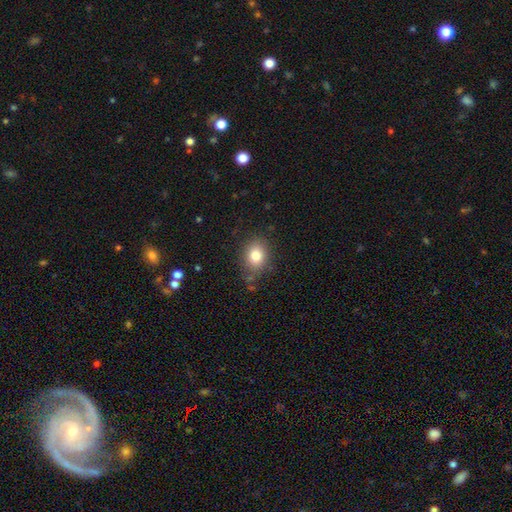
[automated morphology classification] smooth 81%, star or artifact 10%, featured or disk 9%. Down the decision tree: how rounded — in between (53%); merging — none (81%).